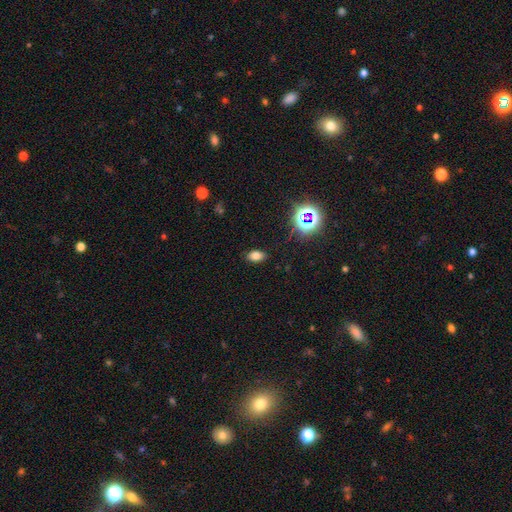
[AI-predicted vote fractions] Overall: smooth (74%). How rounded: in between (88%). Merging: none (86%).